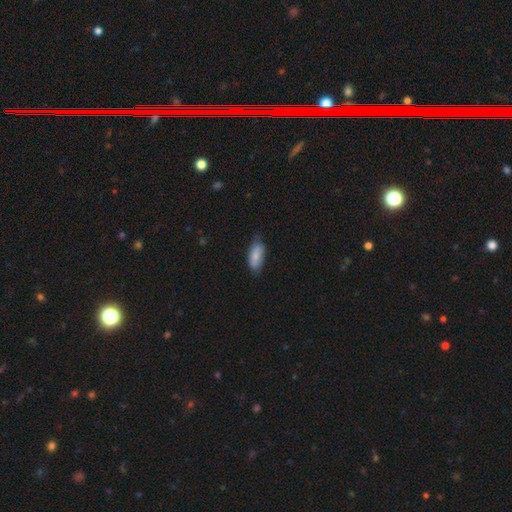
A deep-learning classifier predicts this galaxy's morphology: smooth-or-featured: smooth: 78% | featured or disk: 16% | star or artifact: 6%
  how-rounded: in between: 84% | cigar-shaped: 14% | round: 2%
  merging: none: 71% | minor disturbance: 24% | major disturbance: 4% | merger: 1%